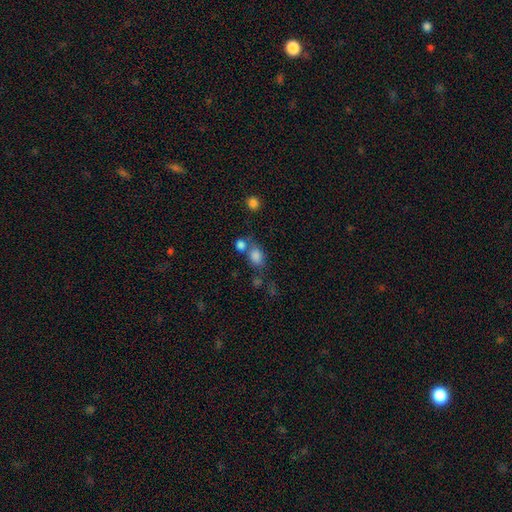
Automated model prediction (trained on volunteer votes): smooth_or_featured: smooth (p=0.80) [alt: star or artifact p=0.12]
how_rounded: in between (p=0.56) [alt: round p=0.42]
merging: none (p=0.46) [alt: merger p=0.32]